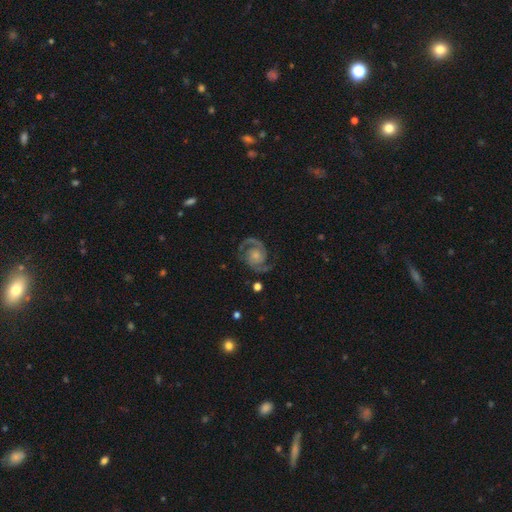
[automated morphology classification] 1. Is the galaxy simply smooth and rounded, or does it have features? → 90% featured or disk, 5% smooth, 5% star or artifact.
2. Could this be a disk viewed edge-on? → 98% no, 2% yes.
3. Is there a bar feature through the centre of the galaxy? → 70% no, 24% weak, 6% strong.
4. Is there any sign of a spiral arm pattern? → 98% yes, 2% no.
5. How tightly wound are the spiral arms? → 57% medium, 27% tight, 16% loose.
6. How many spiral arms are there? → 93% 2, 2% can't tell, 2% 3, 1% 1, 1% 4, 1% more than 4.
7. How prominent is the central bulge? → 50% small, 31% moderate, 11% none, 6% large, 2% dominant.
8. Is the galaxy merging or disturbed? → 78% none, 14% minor disturbance, 7% major disturbance, 2% merger.